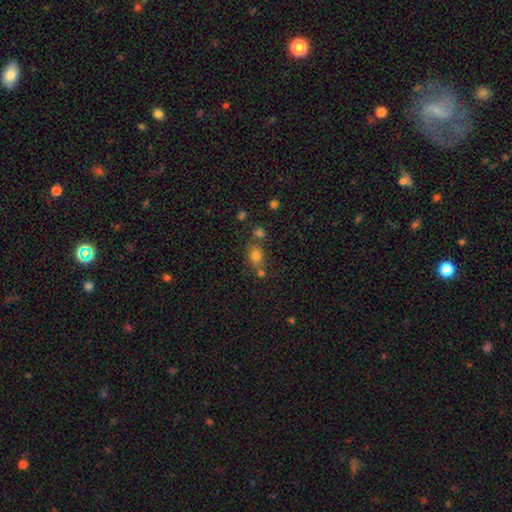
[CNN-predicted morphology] The model was most divided on "how rounded": in between: 53%, round: 45%, cigar-shaped: 2%. More confident: smooth or featured — smooth (71%); merging — none (61%).